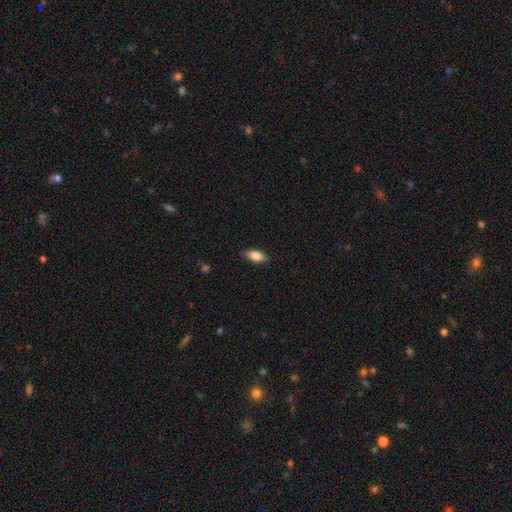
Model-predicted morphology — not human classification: The model was most divided on "how rounded": in between: 84%, cigar-shaped: 13%, round: 3%. More confident: merging — none (85%); smooth or featured — smooth (82%).